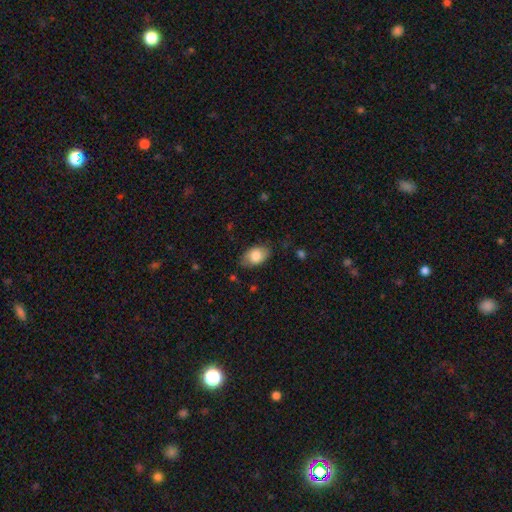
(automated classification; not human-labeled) This appears to be a smooth galaxy with no disk features (82%) that is in between round and cigar-shaped (89%). Merging: none (74%).